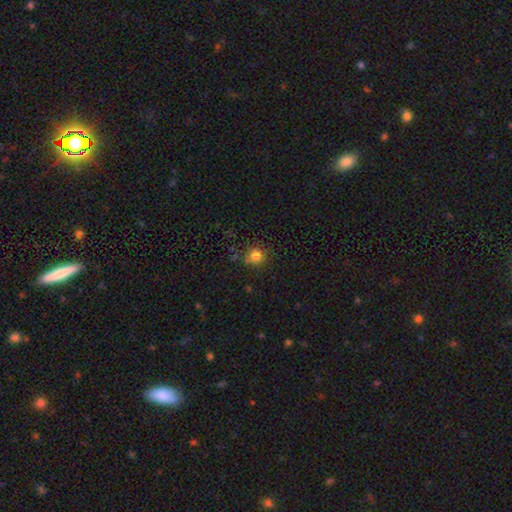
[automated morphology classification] type=smooth (80%); roundness=round (89%); merging=none (78%).